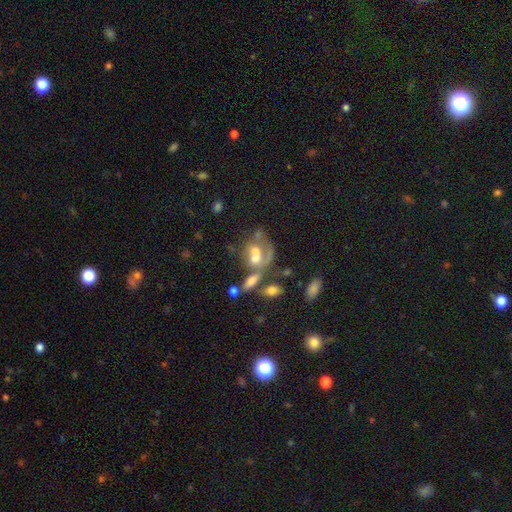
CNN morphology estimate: Smooth or featured? featured or disk (53%)
Edge-on disk? no (93%)
Merging? merger (41%)